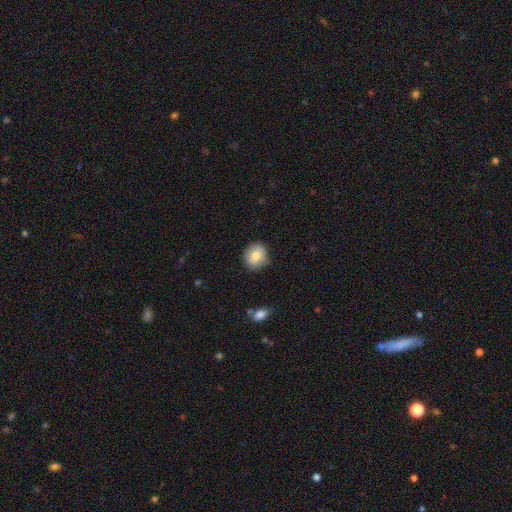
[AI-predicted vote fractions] The model was most divided on "how rounded": round: 72%, in between: 27%, cigar-shaped: 1%. More confident: smooth or featured — smooth (79%); merging — none (76%).